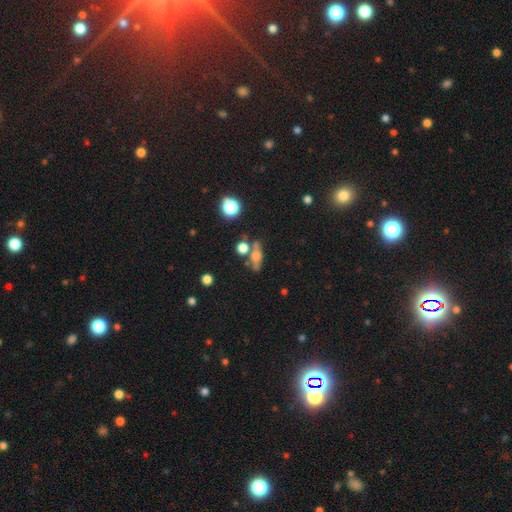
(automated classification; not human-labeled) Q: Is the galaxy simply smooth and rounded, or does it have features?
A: smooth — 57%.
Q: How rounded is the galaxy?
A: in between — 44%.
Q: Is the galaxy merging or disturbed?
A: none — 59%.